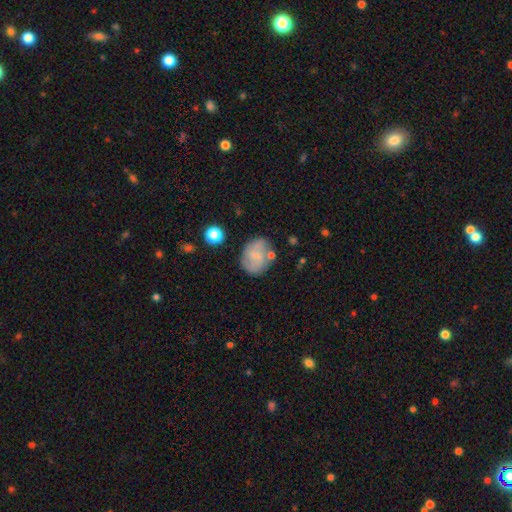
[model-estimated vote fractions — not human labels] Morphology: type=smooth (50%); roundness=round (56%); merging=none (67%).